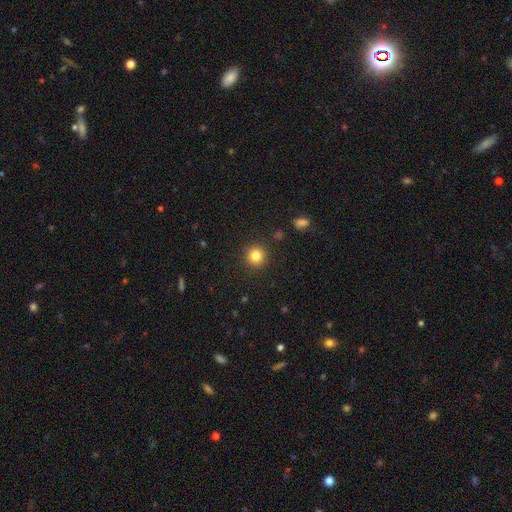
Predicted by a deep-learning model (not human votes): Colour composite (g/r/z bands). It shows a smooth galaxy with no disk features (83%) that is round (93%). Merging: none (91%).